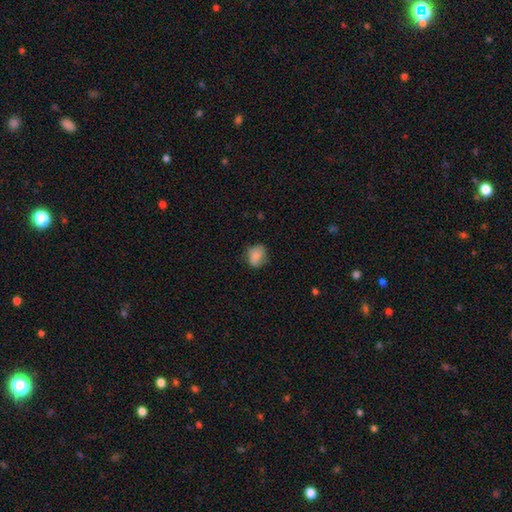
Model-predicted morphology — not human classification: Smooth or featured: smooth — 80% (featured or disk — 11%)
How rounded: round — 64% (in between — 35%)
Merging: none — 70% (minor disturbance — 23%)